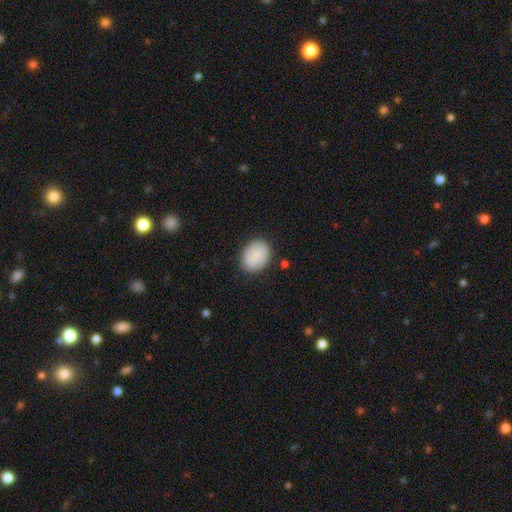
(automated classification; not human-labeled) This is likely a smooth galaxy (78%). How rounded: possibly in between (50%). Merging: clearly none (85%).